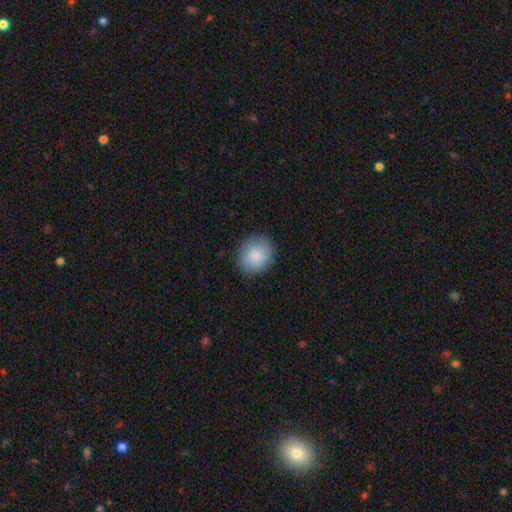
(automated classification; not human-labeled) smooth_or_featured: smooth (p=0.86) [alt: star or artifact p=0.07]
how_rounded: round (p=0.72) [alt: in between p=0.27]
merging: none (p=0.84) [alt: minor disturbance p=0.12]